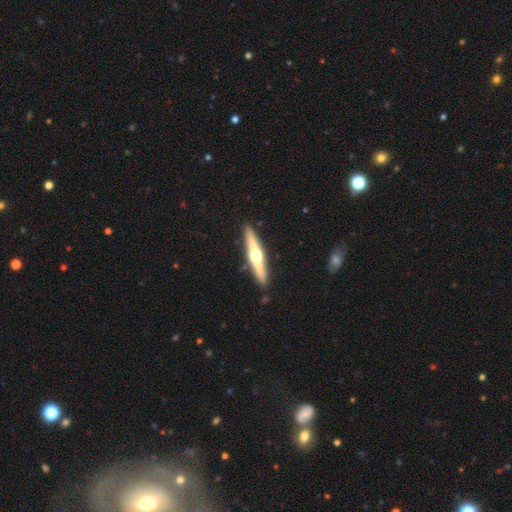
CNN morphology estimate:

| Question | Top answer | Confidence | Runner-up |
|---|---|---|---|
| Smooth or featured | featured or disk | 68% | smooth (27%) |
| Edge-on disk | yes | 97% | no (3%) |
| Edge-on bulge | rounded | 95% | none (3%) |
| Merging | none | 90% | minor disturbance (7%) |